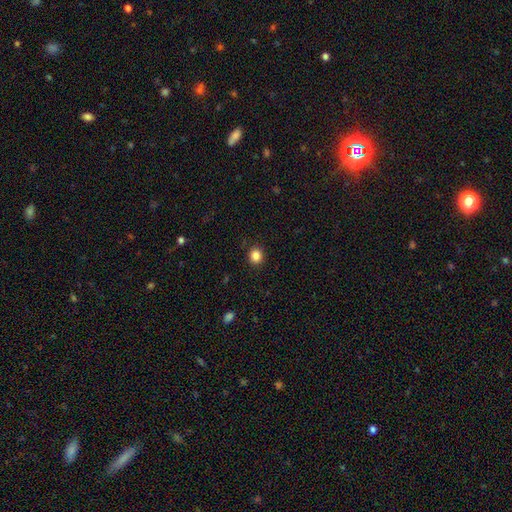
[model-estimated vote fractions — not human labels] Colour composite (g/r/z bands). It shows a smooth galaxy with no disk features (85%) that is round (73%). Merging: none (90%).